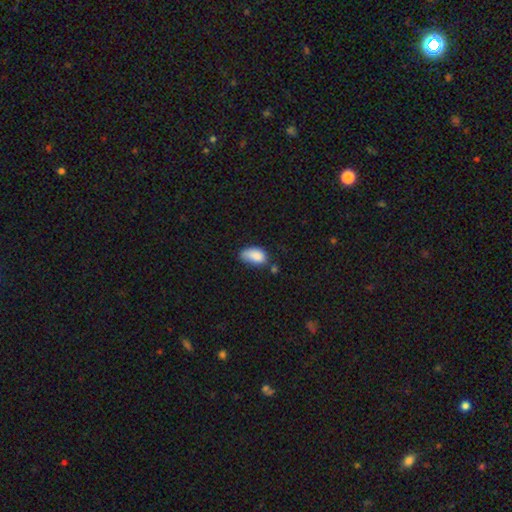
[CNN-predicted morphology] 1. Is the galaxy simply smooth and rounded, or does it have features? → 85% smooth, 8% star or artifact, 8% featured or disk.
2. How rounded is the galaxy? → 92% in between, 6% round, 2% cigar-shaped.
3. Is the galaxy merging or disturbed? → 41% none, 38% minor disturbance, 12% major disturbance, 10% merger.